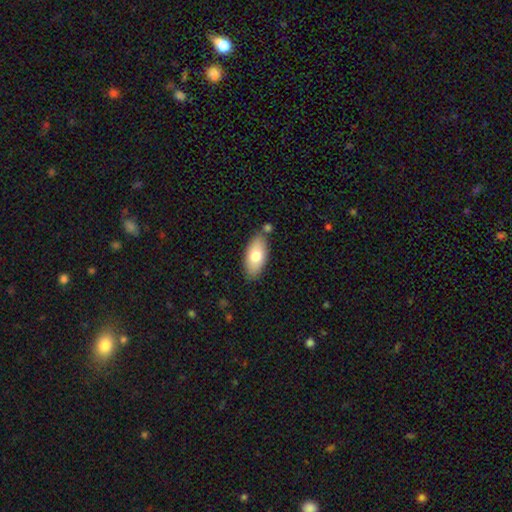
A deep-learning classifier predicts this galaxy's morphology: smooth 75%, featured or disk 19%, star or artifact 6%. Down the decision tree: how rounded — in between (91%); merging — none (77%).